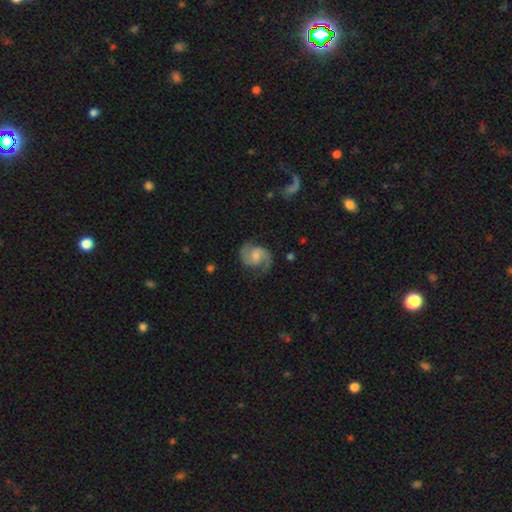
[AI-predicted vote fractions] This appears to be a featured or disk galaxy (83%) with no bar (46%), 2 (90%) medium (55%) spiral arms (97%) and a small central bulge (43%). Merging: none (75%).